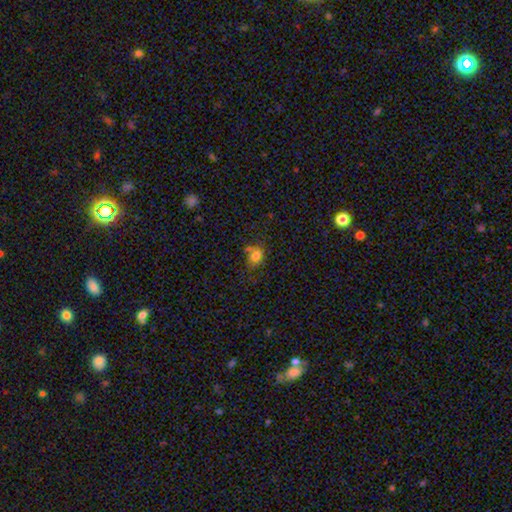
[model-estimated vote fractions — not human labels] Overall: smooth (76%). How rounded: round (59%; in between 40%). Merging: none (59%; minor disturbance 22%).